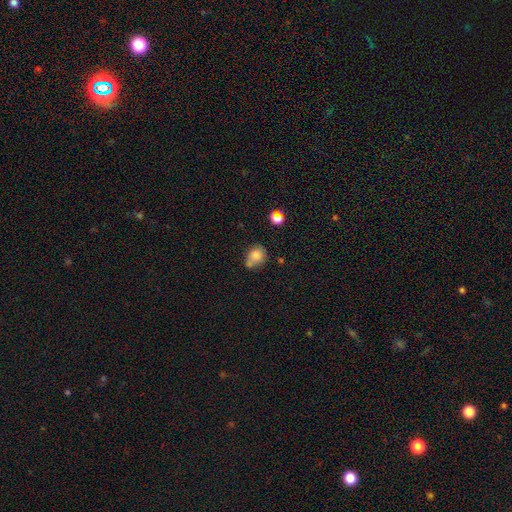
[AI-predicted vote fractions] A smooth galaxy with no disk features (78%) that is round (62%).

Vote fractions:
- Smooth or featured? smooth: 78% / star or artifact: 11% / featured or disk: 11%
- How rounded? round: 62% / in between: 37% / cigar-shaped: 1%
- Merging? none: 45% / merger: 25% / minor disturbance: 22% / major disturbance: 7%